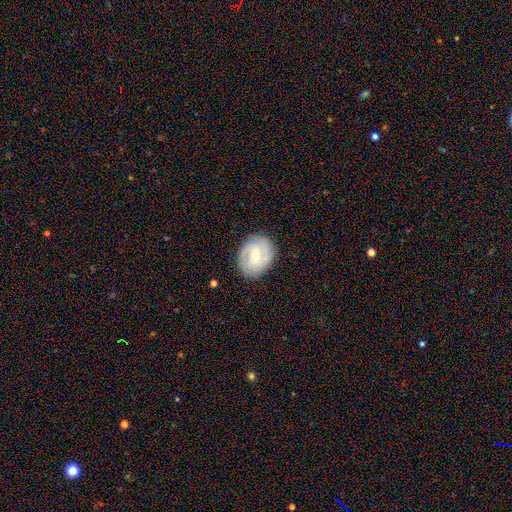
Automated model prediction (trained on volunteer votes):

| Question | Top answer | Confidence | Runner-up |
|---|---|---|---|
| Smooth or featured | featured or disk | 62% | smooth (31%) |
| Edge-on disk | no | 96% | yes (4%) |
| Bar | weak | 45% | no (38%) |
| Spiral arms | yes | 73% | no (27%) |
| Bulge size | moderate | 54% | small (43%) |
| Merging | none | 82% | minor disturbance (13%) |